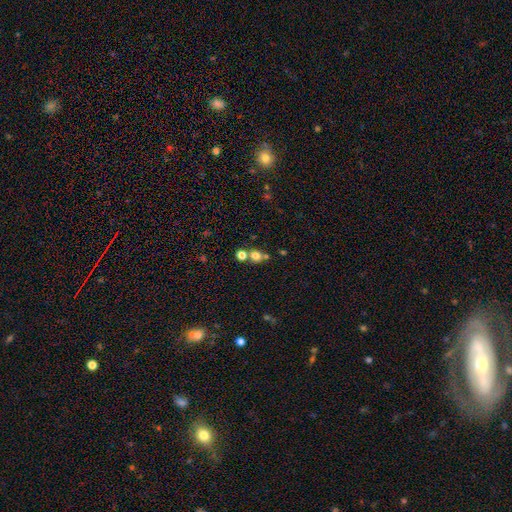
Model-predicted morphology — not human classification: The model was most divided on "merging": none: 52%, merger: 35%, minor disturbance: 8%, major disturbance: 4%. More confident: smooth or featured — smooth (75%); how rounded — round (73%).